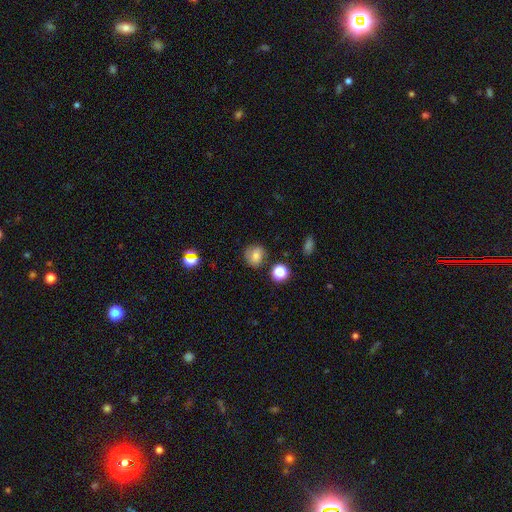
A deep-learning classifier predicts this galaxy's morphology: smooth-or-featured: smooth: 69% | featured or disk: 17% | star or artifact: 14%
  how-rounded: round: 81% | in between: 18% | cigar-shaped: 1%
  merging: none: 78% | minor disturbance: 14% | major disturbance: 4% | merger: 4%